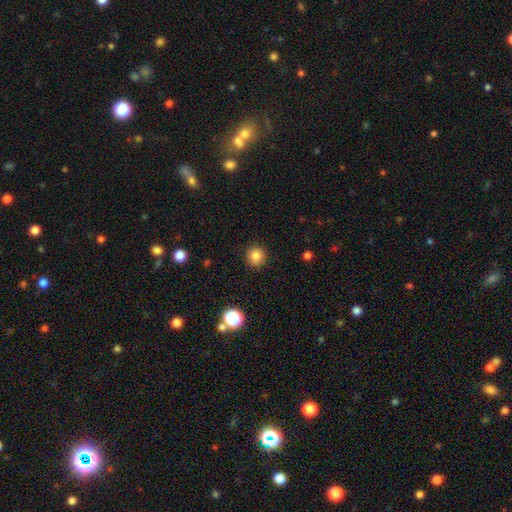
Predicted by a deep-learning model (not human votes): A smooth galaxy with no disk features (84%) that is round (94%). Merging: none (91%).